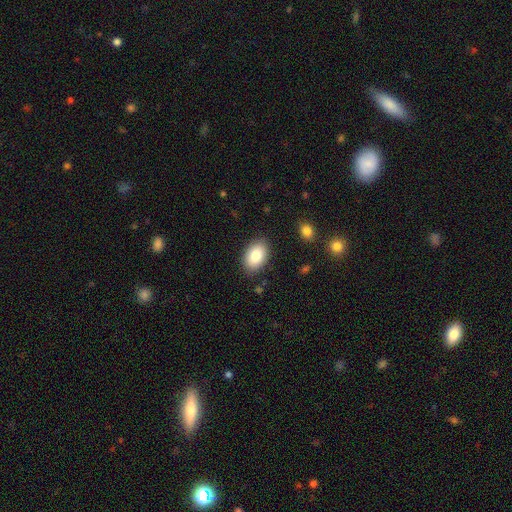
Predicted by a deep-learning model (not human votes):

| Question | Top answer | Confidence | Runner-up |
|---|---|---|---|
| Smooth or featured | smooth | 84% | featured or disk (9%) |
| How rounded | in between | 90% | round (9%) |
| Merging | none | 86% | minor disturbance (10%) |